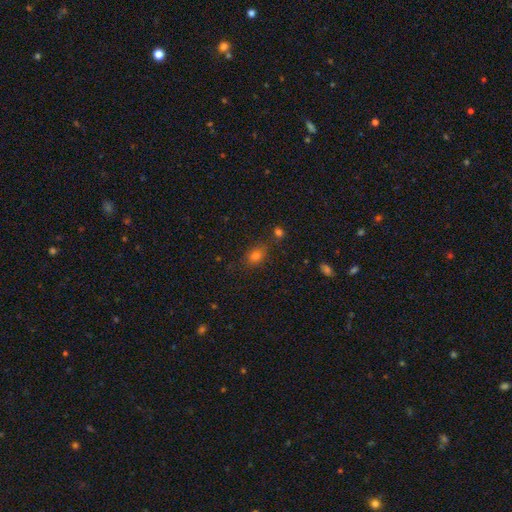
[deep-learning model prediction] The model was most divided on "how rounded": in between: 58%, round: 40%, cigar-shaped: 2%. More confident: merging — none (75%); smooth or featured — smooth (70%).